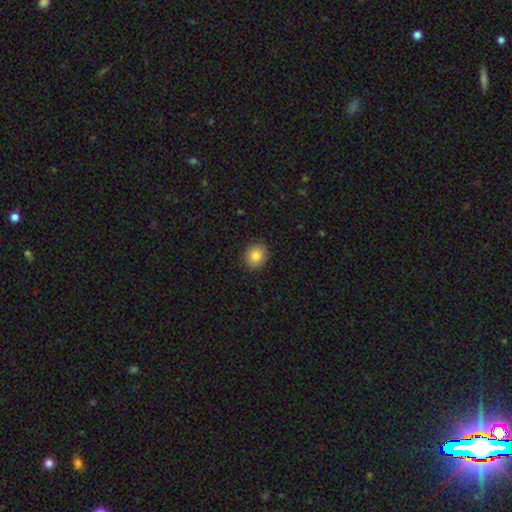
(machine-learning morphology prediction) Overall: smooth (84%). How rounded: round (75%). Merging: none (90%).